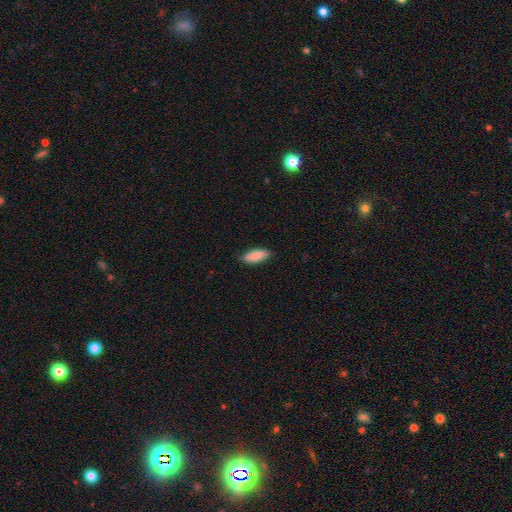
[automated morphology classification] A smooth galaxy with no disk features (85%) that is in between round and cigar-shaped (79%). Merging: none (83%).